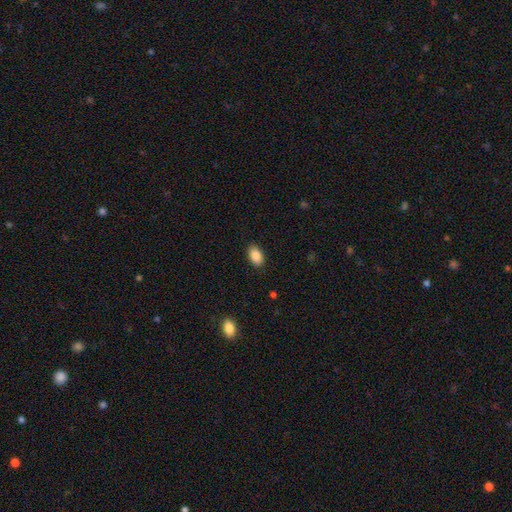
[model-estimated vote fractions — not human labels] Morphology: type=smooth (89%); roundness=in between (92%); merging=none (88%).